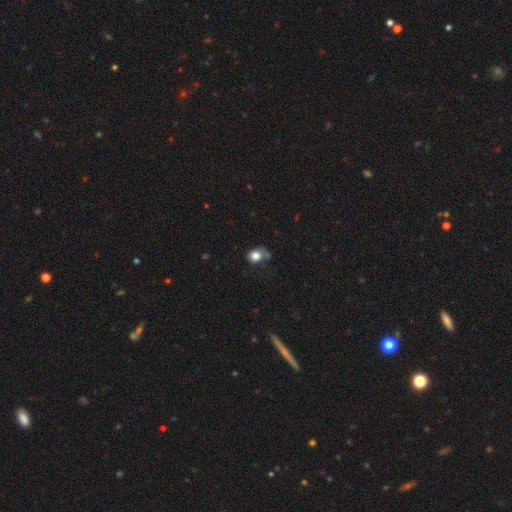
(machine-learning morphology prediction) smooth 80%, star or artifact 10%, featured or disk 10%. Down the decision tree: how rounded — round (56%); merging — none (46%).